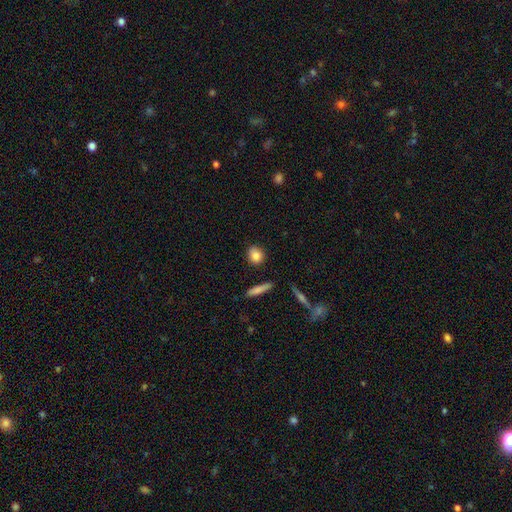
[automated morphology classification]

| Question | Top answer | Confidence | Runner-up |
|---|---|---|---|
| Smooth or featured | smooth | 84% | star or artifact (8%) |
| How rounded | round | 65% | in between (30%) |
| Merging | none | 86% | minor disturbance (9%) |